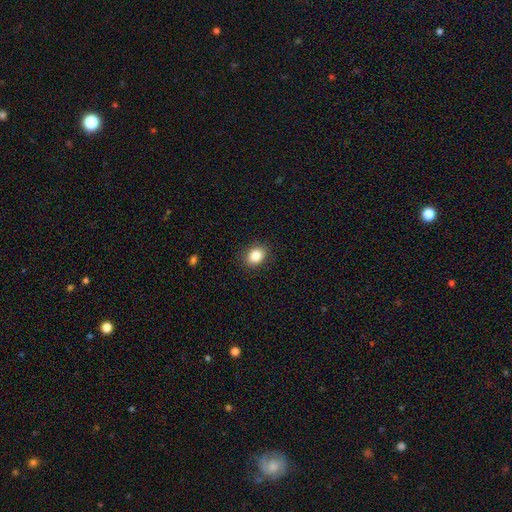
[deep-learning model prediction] A smooth galaxy with no disk features (84%) that is round (53%).

Vote fractions:
- Smooth or featured? smooth: 84% / star or artifact: 10% / featured or disk: 6%
- How rounded? round: 53% / in between: 47% / cigar-shaped: 1%
- Merging? none: 89% / minor disturbance: 8% / major disturbance: 2% / merger: 1%